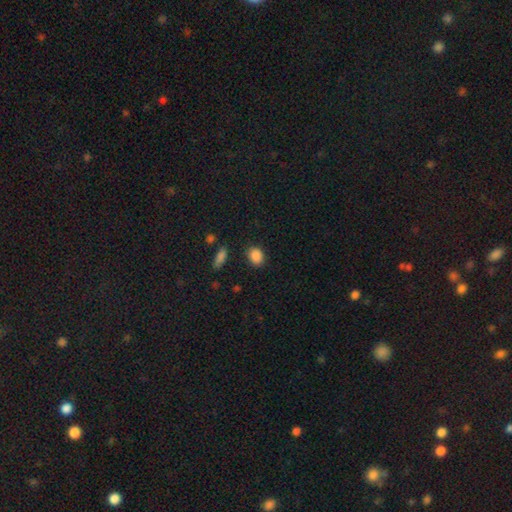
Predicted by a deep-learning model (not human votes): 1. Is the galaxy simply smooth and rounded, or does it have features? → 88% smooth, 9% star or artifact, 4% featured or disk.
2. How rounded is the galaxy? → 59% in between, 39% round, 2% cigar-shaped.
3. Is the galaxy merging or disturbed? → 84% none, 11% minor disturbance, 3% major disturbance, 2% merger.